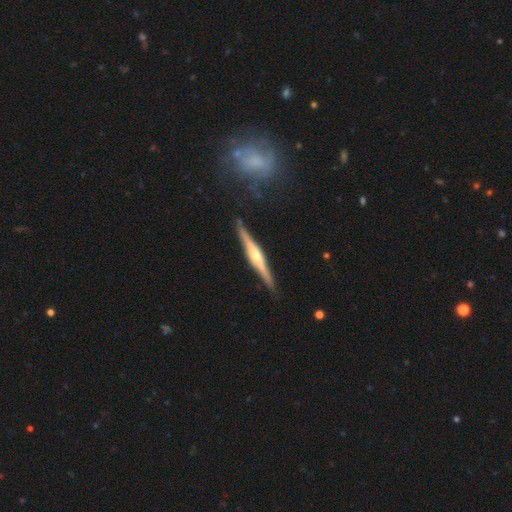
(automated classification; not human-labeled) Smooth or featured: featured or disk — 79% (smooth — 16%)
Edge-on disk: yes — 98% (no — 2%)
Edge-on bulge: rounded — 83% (boxy — 11%)
Merging: none — 88% (minor disturbance — 8%)